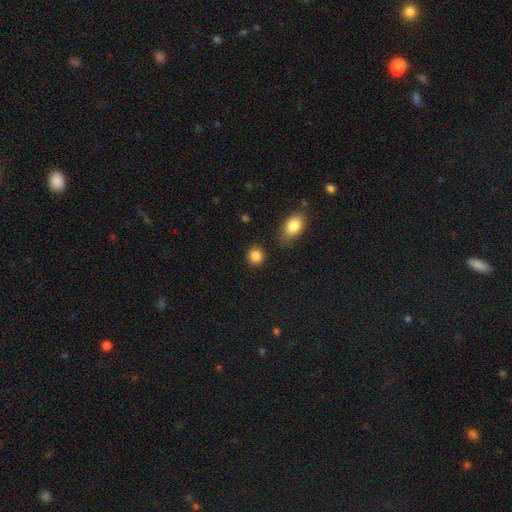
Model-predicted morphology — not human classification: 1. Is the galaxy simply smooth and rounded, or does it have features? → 87% smooth, 9% star or artifact, 4% featured or disk.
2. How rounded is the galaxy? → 83% round, 16% in between, 1% cigar-shaped.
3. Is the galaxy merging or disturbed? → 86% none, 8% minor disturbance, 3% merger, 3% major disturbance.